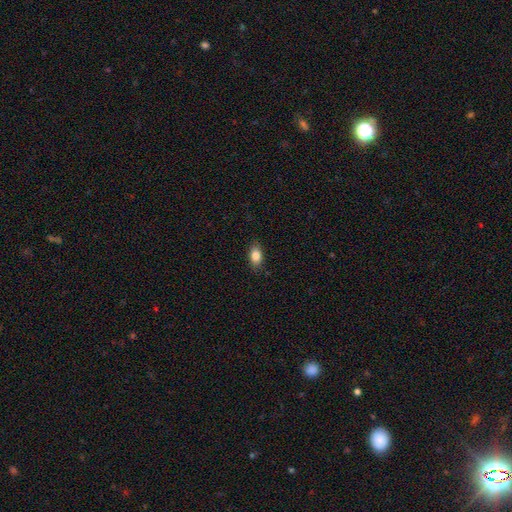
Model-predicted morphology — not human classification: smooth_or_featured: smooth (p=0.84) [alt: featured or disk p=0.08]
how_rounded: in between (p=0.88) [alt: round p=0.08]
merging: none (p=0.85) [alt: minor disturbance p=0.11]